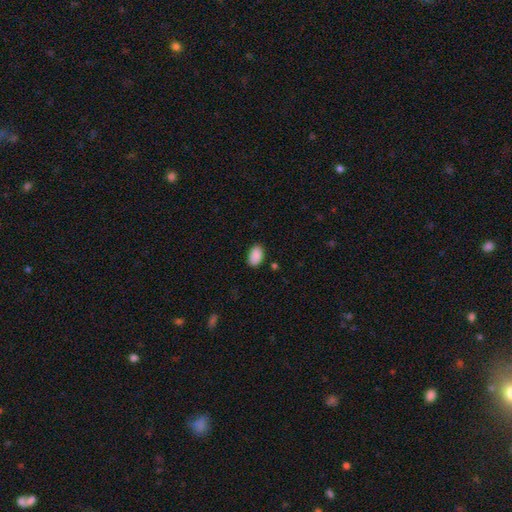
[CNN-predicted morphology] smooth-or-featured: smooth: 90% | star or artifact: 7% | featured or disk: 3%
  how-rounded: in between: 92% | round: 7% | cigar-shaped: 1%
  merging: none: 86% | minor disturbance: 10% | major disturbance: 2% | merger: 1%